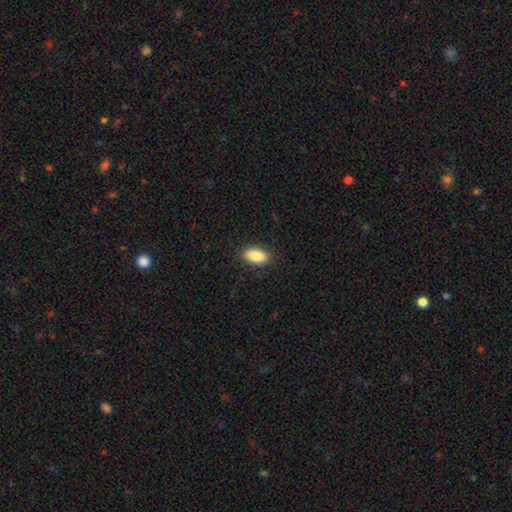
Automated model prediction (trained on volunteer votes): Morphology: type=smooth (88%); roundness=in between (90%); merging=none (88%).